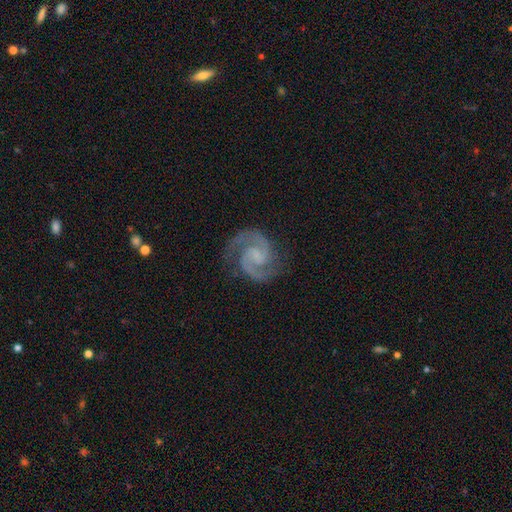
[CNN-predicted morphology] Smooth or featured? featured or disk (93%)
Edge-on disk? no (98%)
Bar? weak (48%)
Spiral arms? yes (99%)
Spiral winding? medium (61%)
Spiral arm count? 2 (94%)
Bulge size? none (51%)
Merging? none (82%)